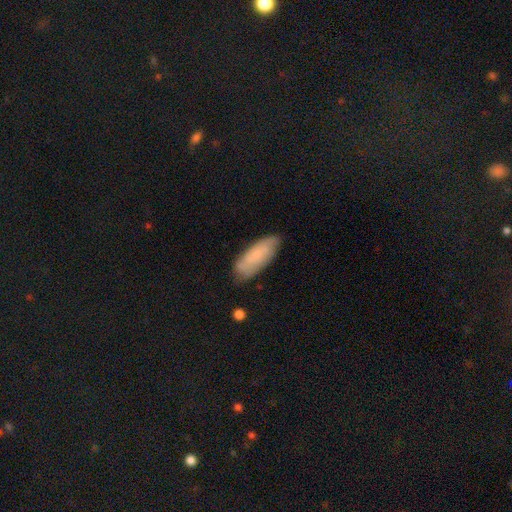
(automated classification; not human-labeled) A smooth galaxy with no disk features (64%) that is in between round and cigar-shaped (73%). Merging: none (74%).